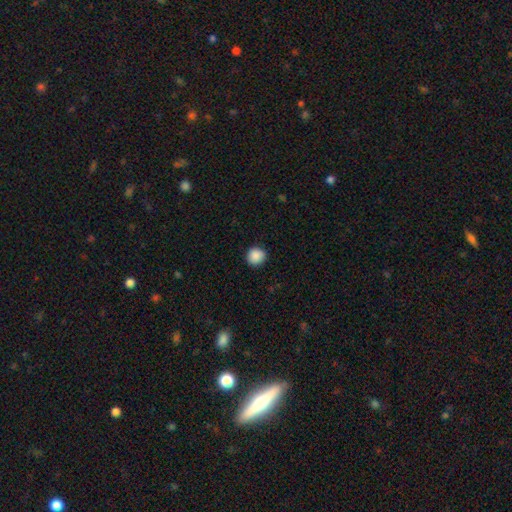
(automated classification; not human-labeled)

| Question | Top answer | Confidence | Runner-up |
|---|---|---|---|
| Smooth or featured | smooth | 89% | star or artifact (9%) |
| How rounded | round | 93% | in between (6%) |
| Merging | none | 91% | minor disturbance (6%) |